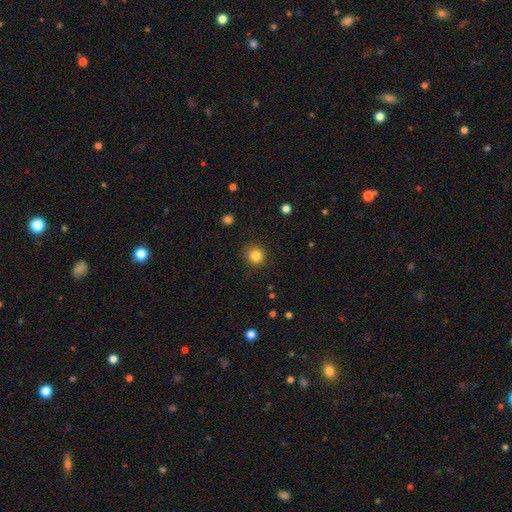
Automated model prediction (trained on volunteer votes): Overall: smooth (84%). How rounded: round (91%). Merging: none (88%).